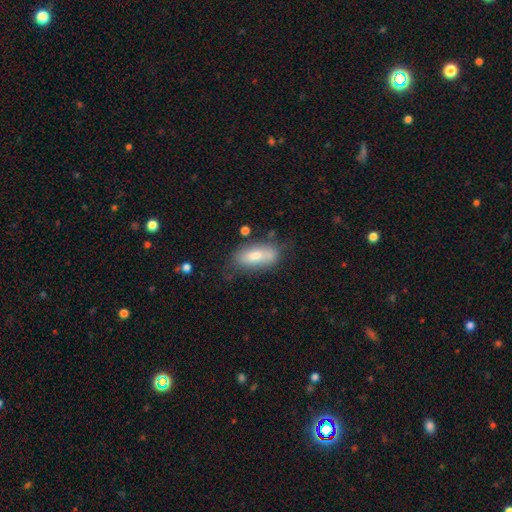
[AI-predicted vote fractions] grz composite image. It shows a smooth galaxy with no disk features (69%) that is in between round and cigar-shaped (83%). Merging: none (59%).